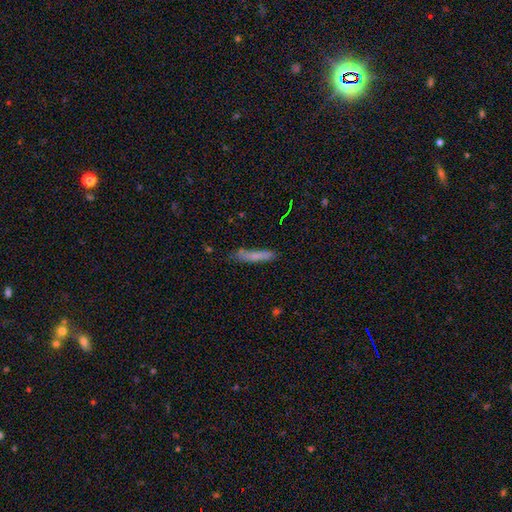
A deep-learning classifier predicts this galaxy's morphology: A smooth galaxy with no disk features (72%) that is cigar-shaped (89%). Merging: none (69%).